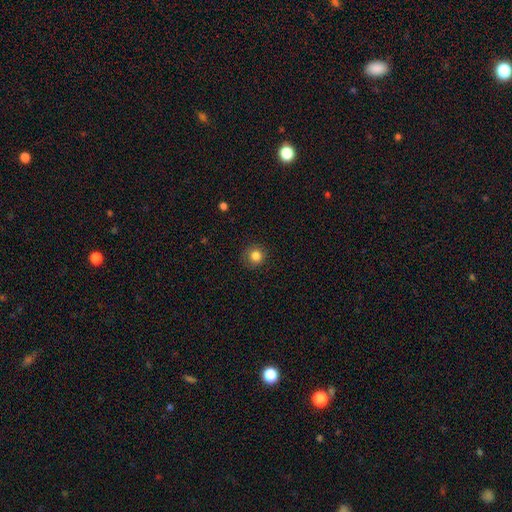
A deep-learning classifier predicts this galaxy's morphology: This appears to be a smooth galaxy with no disk features (83%) that is round (92%). Merging: none (88%).